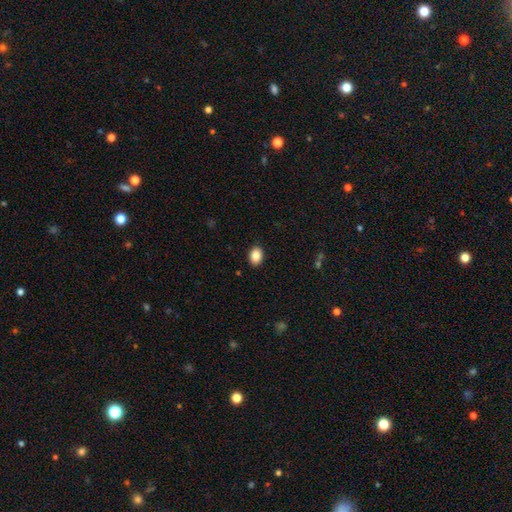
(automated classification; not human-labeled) Overall: smooth (87%). How rounded: in between (68%; round 31%). Merging: none (91%).